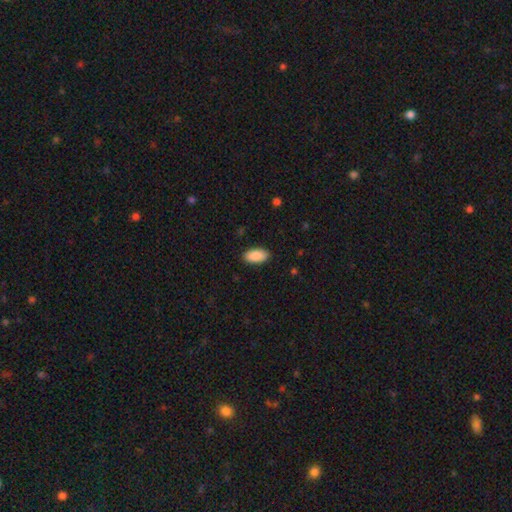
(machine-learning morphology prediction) Smooth or featured?
  - smooth: 90% *
  - star or artifact: 6%
  - featured or disk: 3%
How rounded?
  - in between: 94% *
  - cigar-shaped: 4%
  - round: 2%
Merging?
  - none: 89% *
  - minor disturbance: 8%
  - major disturbance: 2%
  - merger: 1%